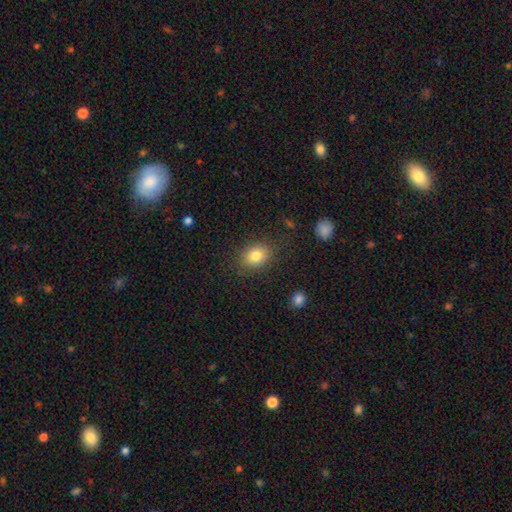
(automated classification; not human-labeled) Smooth or featured? Predicted: smooth (p=0.81). How rounded? Predicted: in between (p=0.53). Merging? Predicted: none (p=0.83).